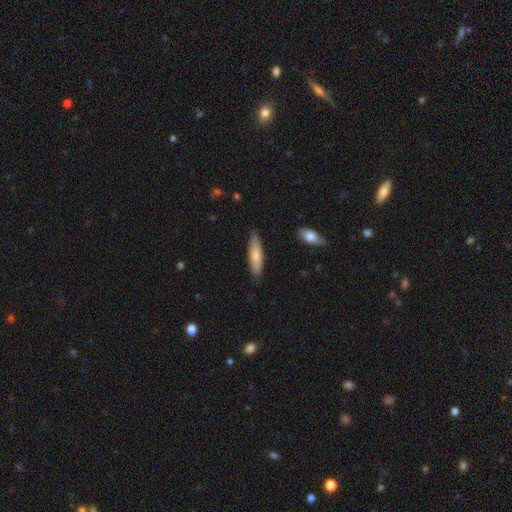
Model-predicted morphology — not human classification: The model was most divided on "how rounded": cigar-shaped: 68%, in between: 31%, round: 2%. More confident: merging — none (85%); smooth or featured — smooth (73%).